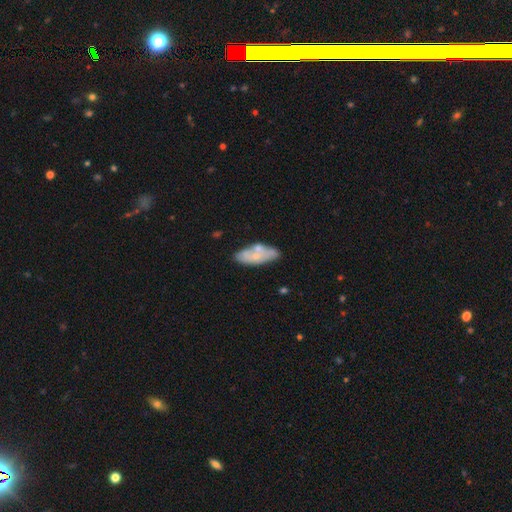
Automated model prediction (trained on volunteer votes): A smooth galaxy with no disk features (50%) that is in between round and cigar-shaped (77%). Merging: none (61%).